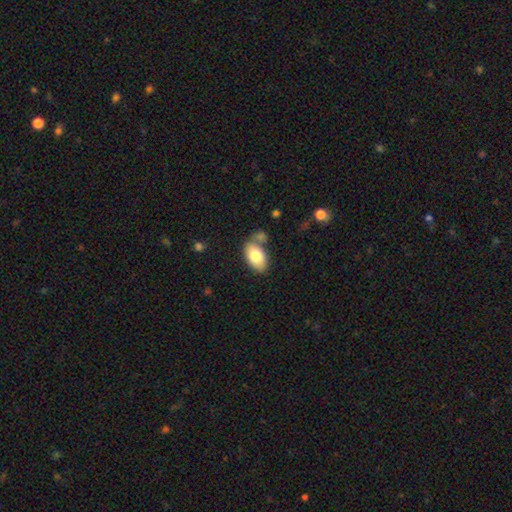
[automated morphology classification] This is likely a smooth galaxy (79%). How rounded: clearly in between (93%). Merging: possibly none (59%).